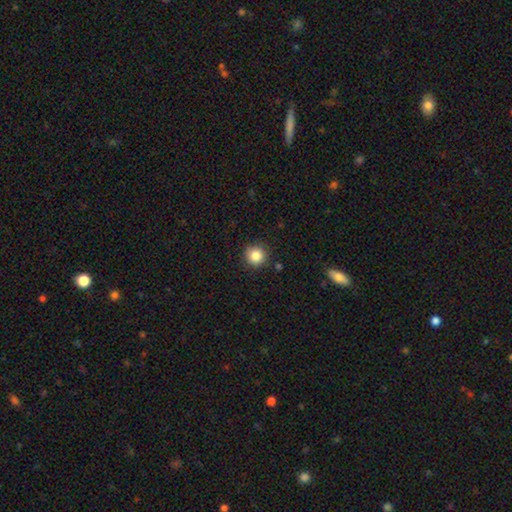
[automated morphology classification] This appears to be a smooth galaxy with no disk features (84%) that is round (95%). Merging: none (89%).